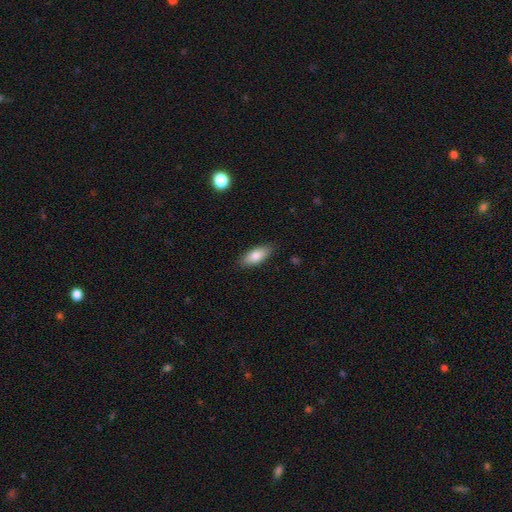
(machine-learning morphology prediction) The model was most divided on "how rounded": in between: 83%, cigar-shaped: 15%, round: 2%. More confident: merging — none (86%); smooth or featured — smooth (82%).